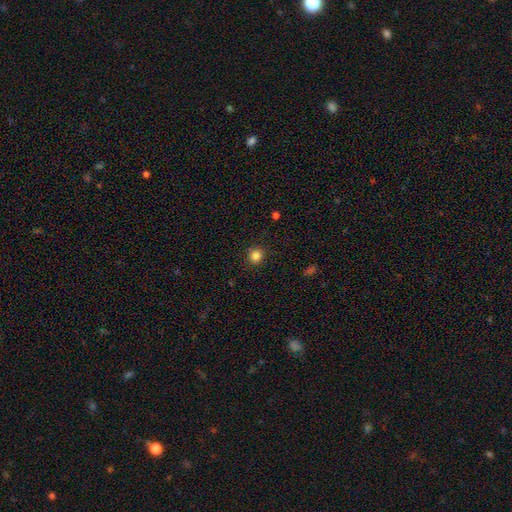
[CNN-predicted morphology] Smooth or featured? smooth (84%)
How rounded? round (90%)
Merging? none (90%)